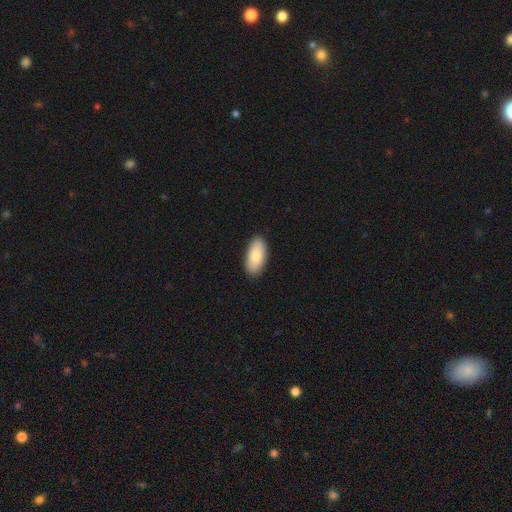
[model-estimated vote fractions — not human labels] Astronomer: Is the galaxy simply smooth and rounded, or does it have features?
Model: smooth — 86%.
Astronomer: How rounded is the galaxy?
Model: in between — 93%.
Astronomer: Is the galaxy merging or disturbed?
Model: none — 89%.